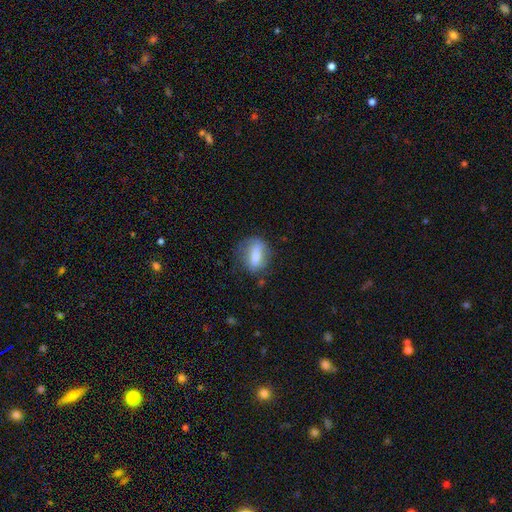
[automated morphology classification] type=smooth (65%); roundness=in between (64%); merging=none (63%).